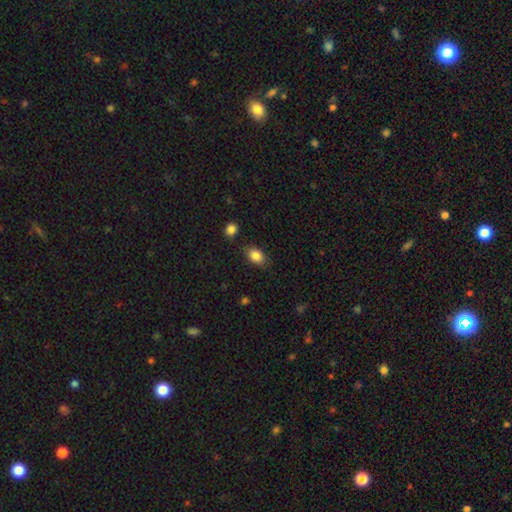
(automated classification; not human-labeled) A smooth galaxy with no disk features (86%) that is in between round and cigar-shaped (83%). Merging: none (81%).